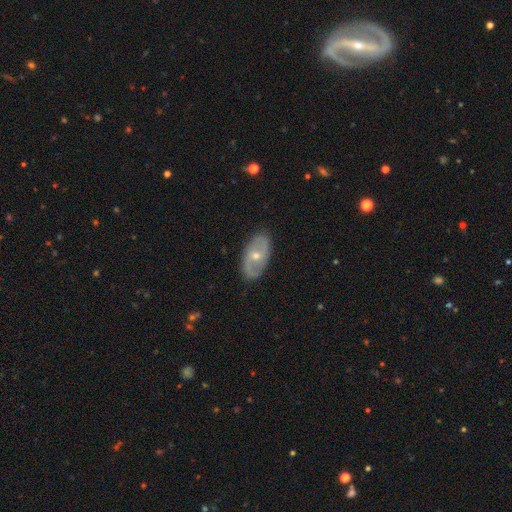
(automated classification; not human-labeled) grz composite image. It shows a featured or disk galaxy (71%) with no bar (58%), spiral arms (72%) and a moderate central bulge (49%). Merging: none (84%).